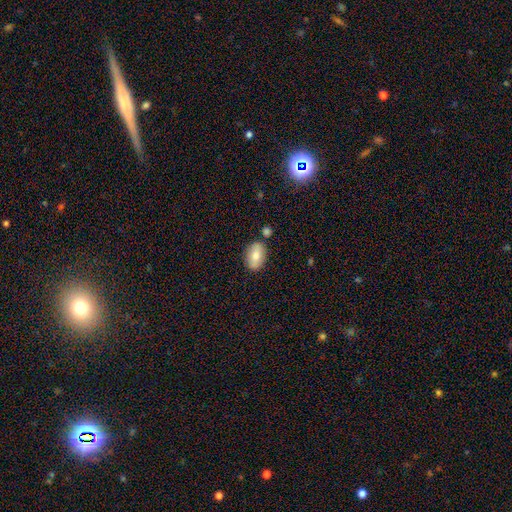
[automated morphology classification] Smooth or featured? Predicted: smooth (p=0.75). How rounded? Predicted: in between (p=0.87). Merging? Predicted: none (p=0.79).